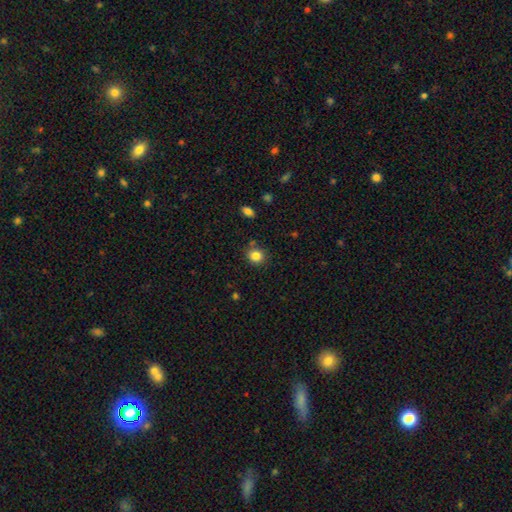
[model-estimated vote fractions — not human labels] Overall: smooth (84%). How rounded: round (86%). Merging: none (82%).